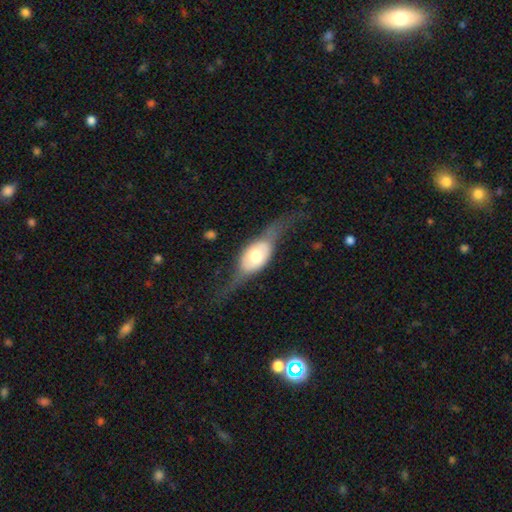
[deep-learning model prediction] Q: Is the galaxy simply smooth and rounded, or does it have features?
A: featured or disk — 63%.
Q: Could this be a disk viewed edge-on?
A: yes — 53%.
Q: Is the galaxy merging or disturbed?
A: none — 52%.